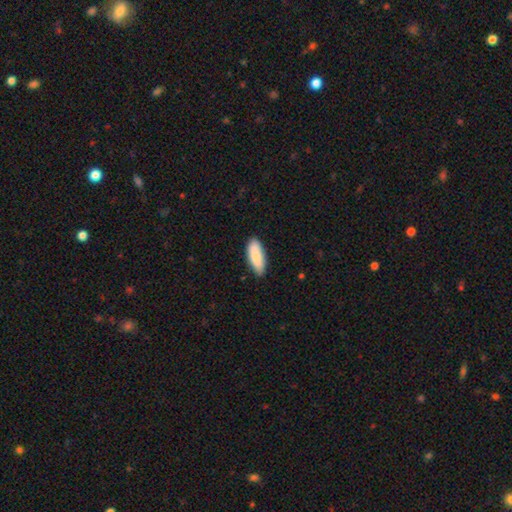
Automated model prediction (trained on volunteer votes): Smooth or featured? smooth (86%)
How rounded? in between (74%)
Merging? none (85%)